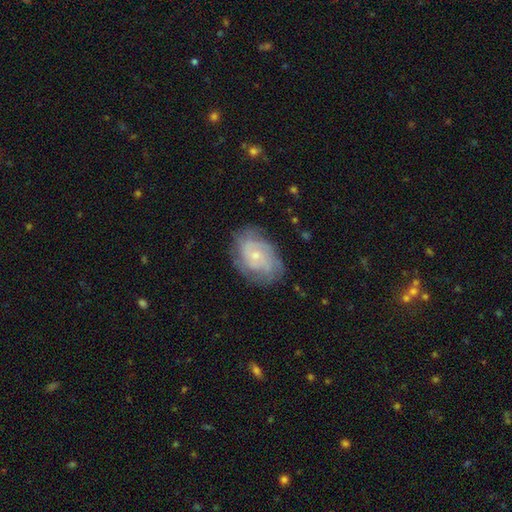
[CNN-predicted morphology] Smooth or featured? Predicted: featured or disk (p=0.73). Edge-on disk? Predicted: no (p=0.97). Bar? Predicted: no (p=0.76). Spiral arms? Predicted: yes (p=0.91). Spiral winding? Predicted: tight (p=0.56). Spiral arm count? Predicted: can't tell (p=0.40). Bulge size? Predicted: small (p=0.70). Merging? Predicted: none (p=0.72).